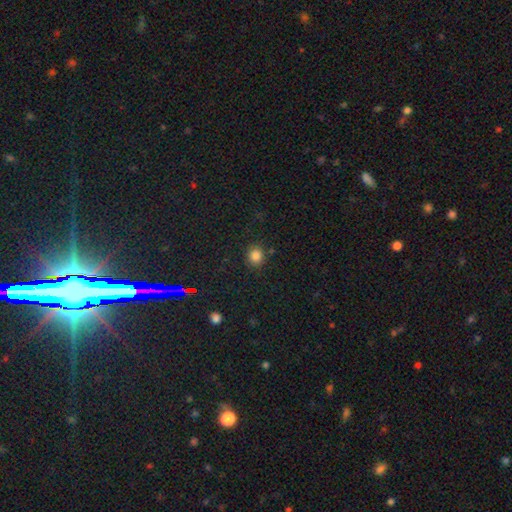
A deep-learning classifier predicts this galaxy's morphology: This is clearly a smooth galaxy (83%). How rounded: clearly round (87%). Merging: clearly none (87%).